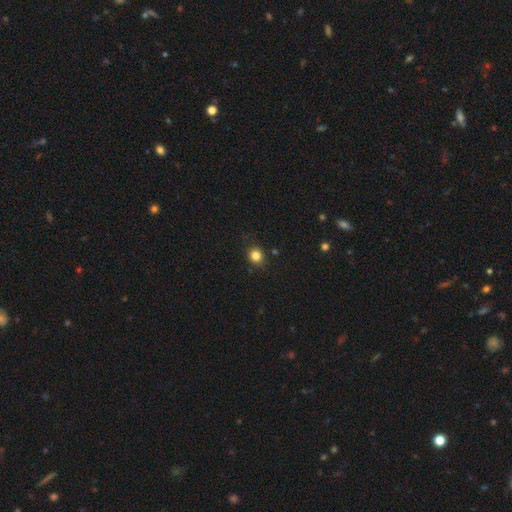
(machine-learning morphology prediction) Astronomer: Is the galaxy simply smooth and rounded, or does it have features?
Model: smooth — 83%.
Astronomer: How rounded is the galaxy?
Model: round — 87%.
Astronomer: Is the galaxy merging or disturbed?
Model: none — 87%.